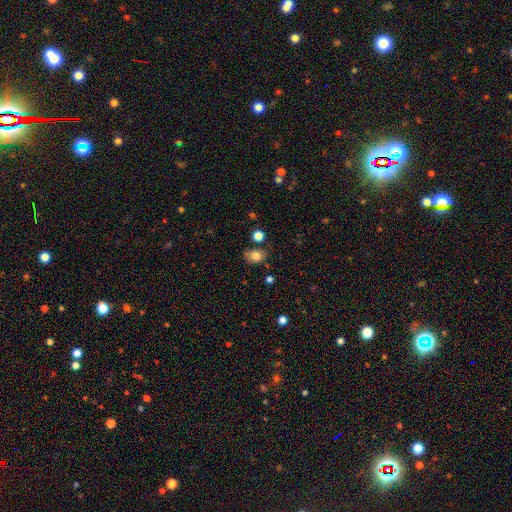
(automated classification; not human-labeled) smooth_or_featured: smooth (p=0.79) [alt: featured or disk p=0.11]
how_rounded: in between (p=0.62) [alt: round p=0.37]
merging: none (p=0.64) [alt: minor disturbance p=0.23]